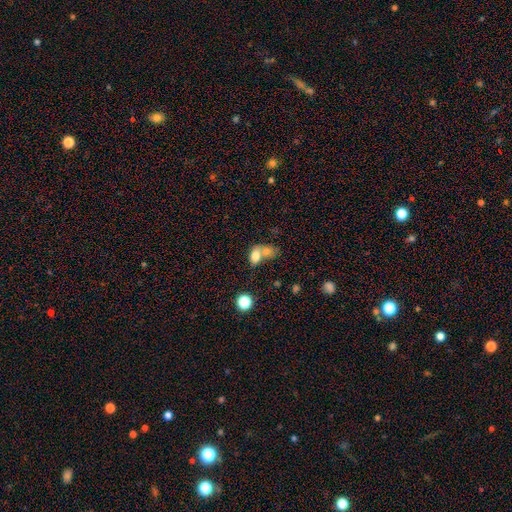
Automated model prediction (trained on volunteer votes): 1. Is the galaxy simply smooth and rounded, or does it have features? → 77% smooth, 13% featured or disk, 10% star or artifact.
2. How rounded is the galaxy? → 75% in between, 23% round, 2% cigar-shaped.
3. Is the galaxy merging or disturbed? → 63% merger, 24% none, 8% minor disturbance, 5% major disturbance.